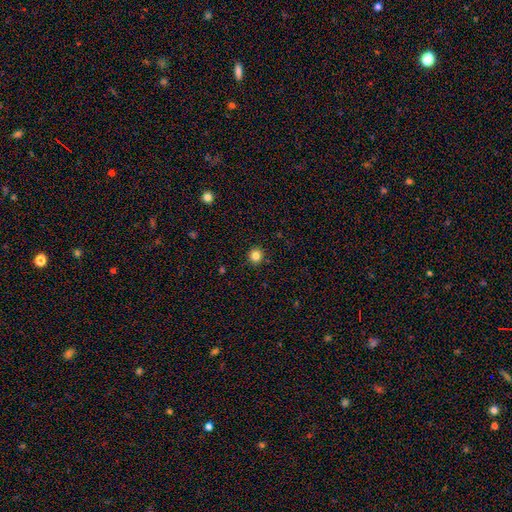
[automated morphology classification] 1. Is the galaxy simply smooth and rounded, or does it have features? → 83% smooth, 12% star or artifact, 4% featured or disk.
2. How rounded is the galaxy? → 93% round, 6% in between, 1% cigar-shaped.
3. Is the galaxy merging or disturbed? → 91% none, 6% minor disturbance, 2% major disturbance, 1% merger.